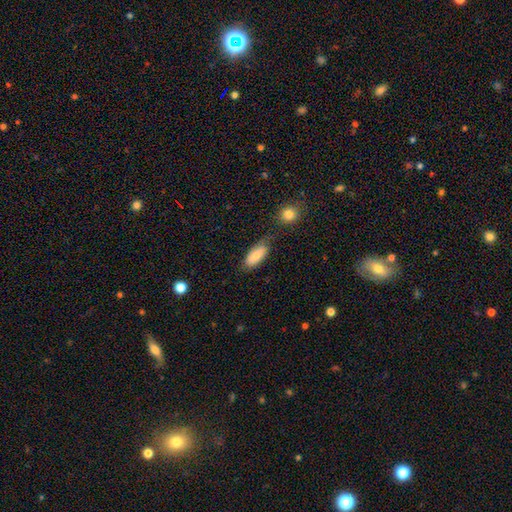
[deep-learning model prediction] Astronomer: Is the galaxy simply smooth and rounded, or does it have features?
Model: smooth — 82%.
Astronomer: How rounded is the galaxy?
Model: in between — 85%.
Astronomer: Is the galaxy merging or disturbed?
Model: none — 63%.